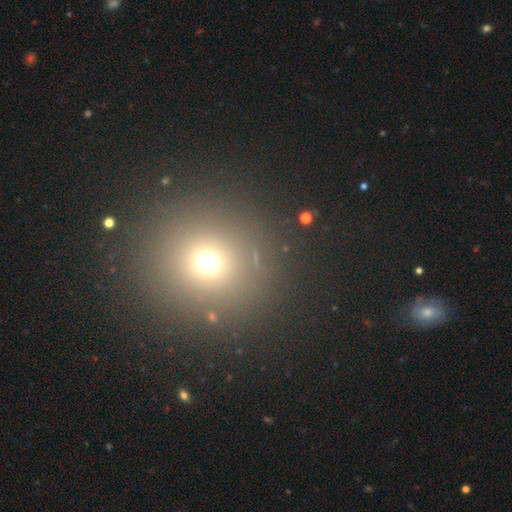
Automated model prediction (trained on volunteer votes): Smooth or featured?
  - smooth: 63% *
  - star or artifact: 28%
  - featured or disk: 9%
How rounded?
  - round: 93% *
  - in between: 6%
  - cigar-shaped: 1%
Merging?
  - none: 87% *
  - minor disturbance: 6%
  - major disturbance: 4%
  - merger: 3%